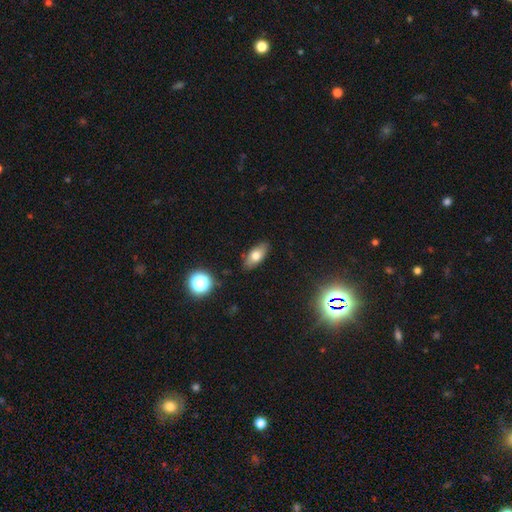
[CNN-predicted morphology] smooth 71%, featured or disk 19%, star or artifact 10%. Down the decision tree: how rounded — in between (83%); merging — none (86%).